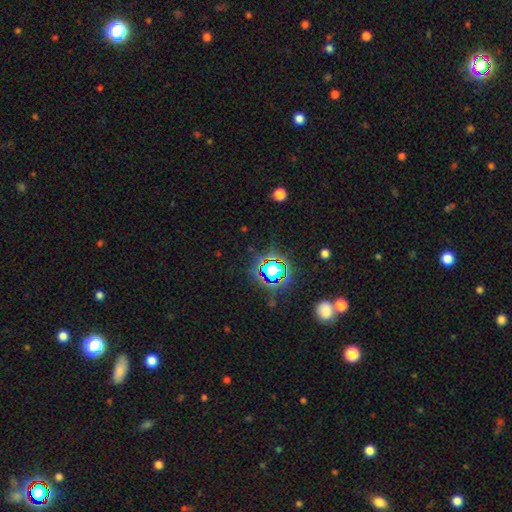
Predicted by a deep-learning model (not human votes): smooth-or-featured: star or artifact: 77% | smooth: 14% | featured or disk: 9%